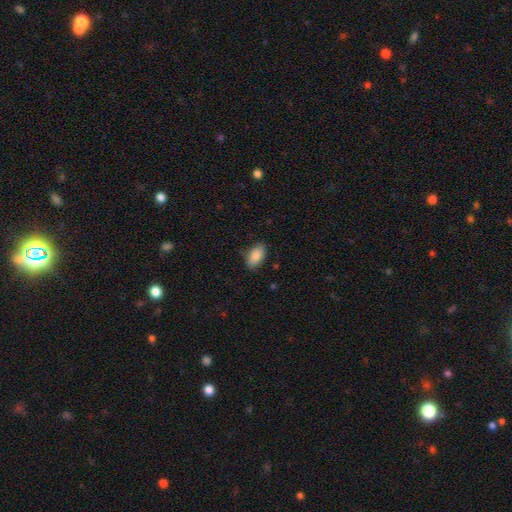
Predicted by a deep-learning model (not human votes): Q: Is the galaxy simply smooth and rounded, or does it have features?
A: smooth — 88%.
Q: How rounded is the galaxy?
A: in between — 94%.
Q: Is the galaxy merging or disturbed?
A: none — 85%.